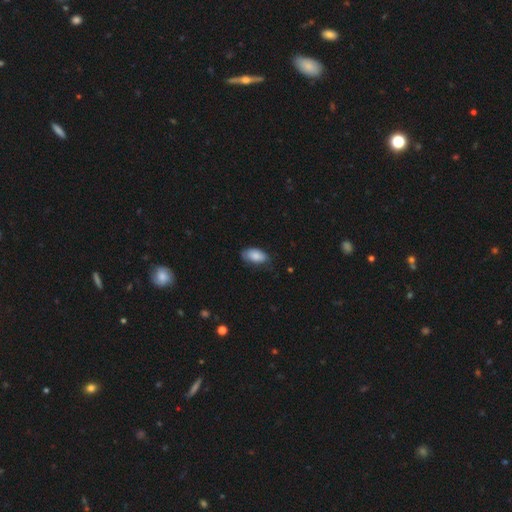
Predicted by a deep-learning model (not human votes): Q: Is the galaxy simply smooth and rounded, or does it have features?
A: smooth — 85%.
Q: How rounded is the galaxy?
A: in between — 93%.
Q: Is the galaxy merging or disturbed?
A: none — 60%.